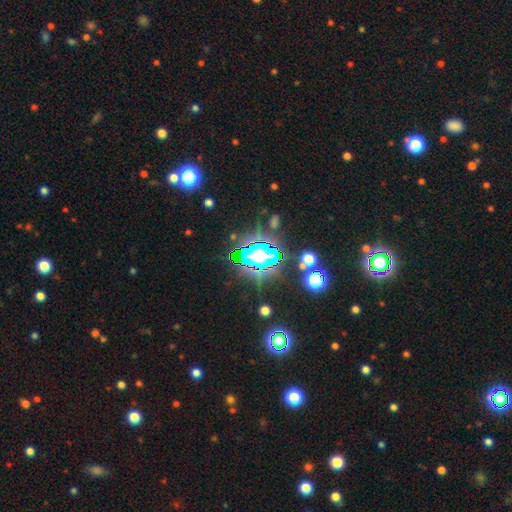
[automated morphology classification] The model was most divided on "smooth or featured": star or artifact: 65%, smooth: 21%, featured or disk: 14%.